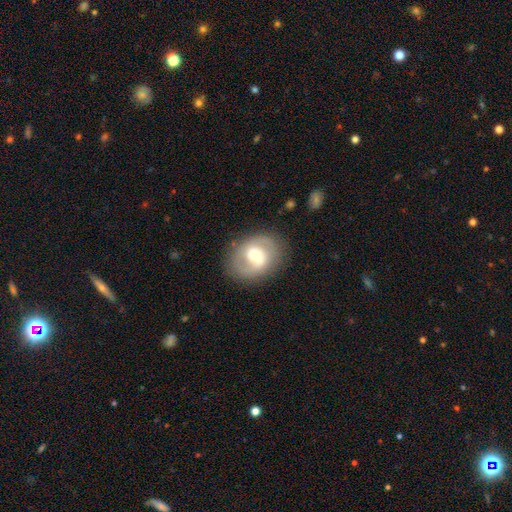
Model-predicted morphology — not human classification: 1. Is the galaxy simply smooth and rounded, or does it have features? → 55% featured or disk, 37% smooth, 8% star or artifact.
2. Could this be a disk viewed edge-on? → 95% no, 5% yes.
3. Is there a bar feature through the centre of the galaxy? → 44% weak, 33% no, 23% strong.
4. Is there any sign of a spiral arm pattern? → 63% yes, 37% no.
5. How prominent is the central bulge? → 59% moderate, 25% small, 13% large, 2% dominant, 1% none.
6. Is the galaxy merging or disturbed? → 80% none, 12% minor disturbance, 6% major disturbance, 1% merger.